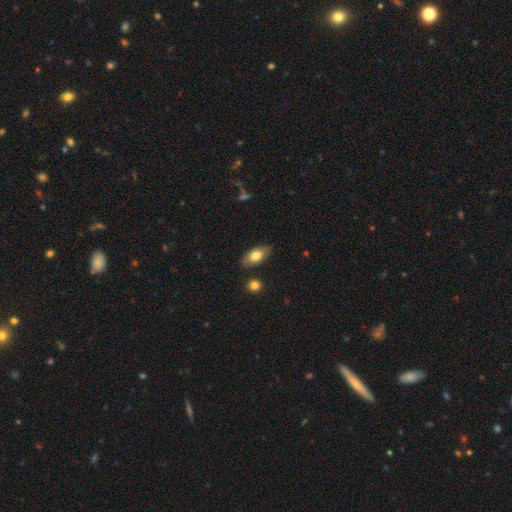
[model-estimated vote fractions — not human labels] A smooth galaxy with no disk features (72%) that is in between round and cigar-shaped (89%). Merging: none (83%).